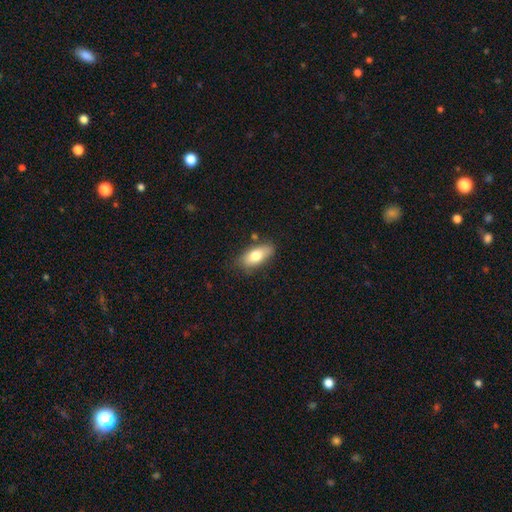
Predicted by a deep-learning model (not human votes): This appears to be a smooth galaxy with no disk features (76%) that is in between round and cigar-shaped (85%). Merging: none (74%).